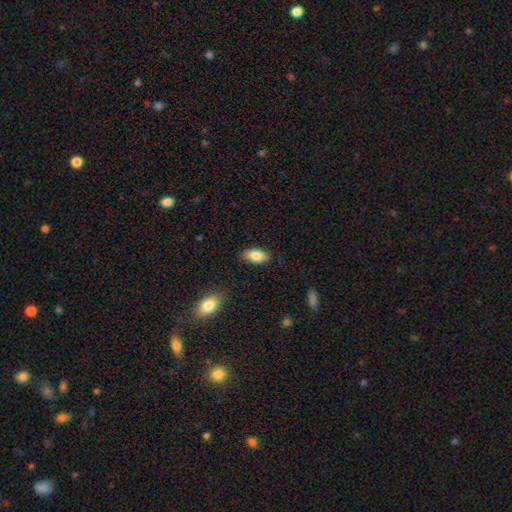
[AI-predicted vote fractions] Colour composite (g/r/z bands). It shows a smooth galaxy with no disk features (83%) that is in between round and cigar-shaped (92%). Merging: none (87%).